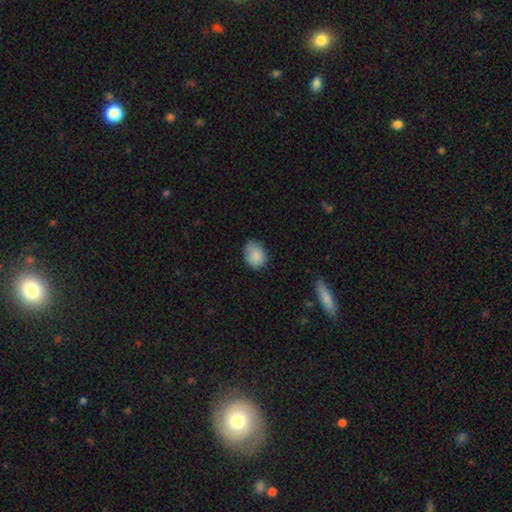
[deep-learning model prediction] The model was most divided on "how rounded": in between: 55%, round: 44%, cigar-shaped: 1%. More confident: smooth or featured — smooth (87%); merging — none (73%).